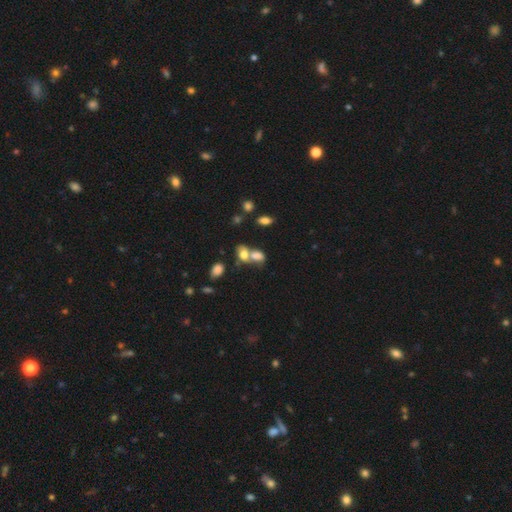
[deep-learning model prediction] Overall: smooth (72%). How rounded: in between (74%). Merging: merger (60%; none 24%).